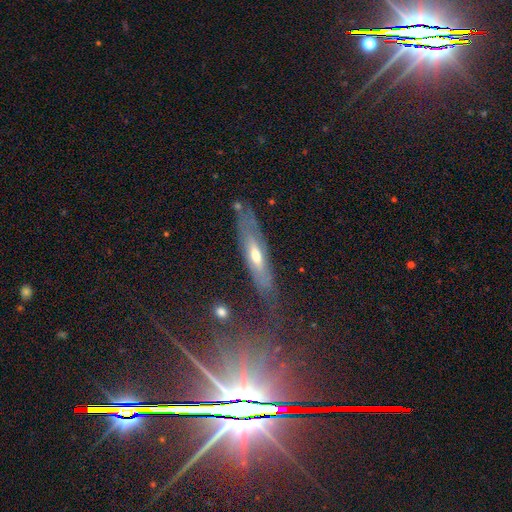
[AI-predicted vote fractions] Smooth or featured?
  - featured or disk: 51% *
  - star or artifact: 30%
  - smooth: 19%
Edge-on disk?
  - yes: 76% *
  - no: 24%
Merging?
  - none: 75% *
  - minor disturbance: 15%
  - major disturbance: 6%
  - merger: 3%